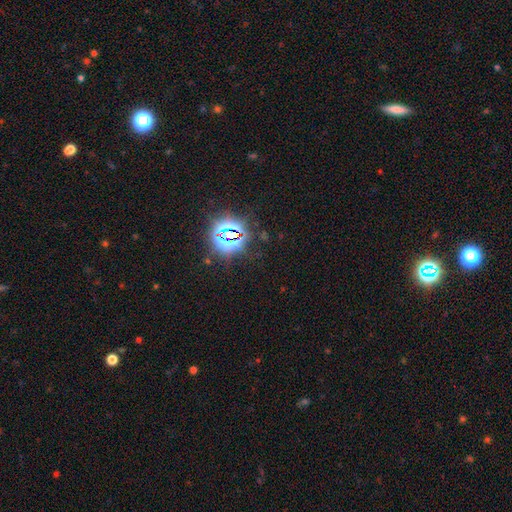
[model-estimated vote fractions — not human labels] Smooth or featured?
  - star or artifact: 81% *
  - smooth: 12%
  - featured or disk: 8%